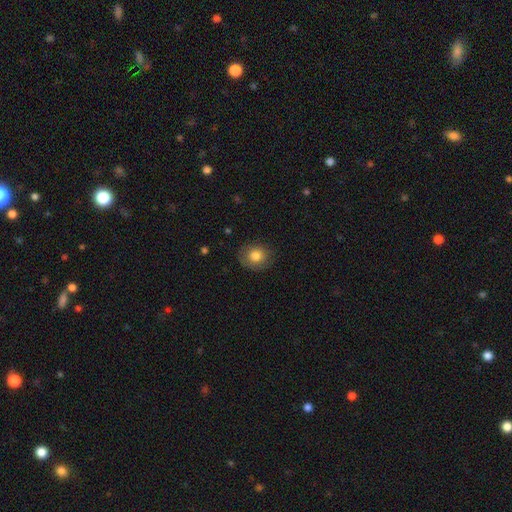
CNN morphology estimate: Smooth or featured?
  - smooth: 81% *
  - featured or disk: 11%
  - star or artifact: 9%
How rounded?
  - round: 70% *
  - in between: 29%
  - cigar-shaped: 1%
Merging?
  - none: 82% *
  - minor disturbance: 13%
  - major disturbance: 3%
  - merger: 1%